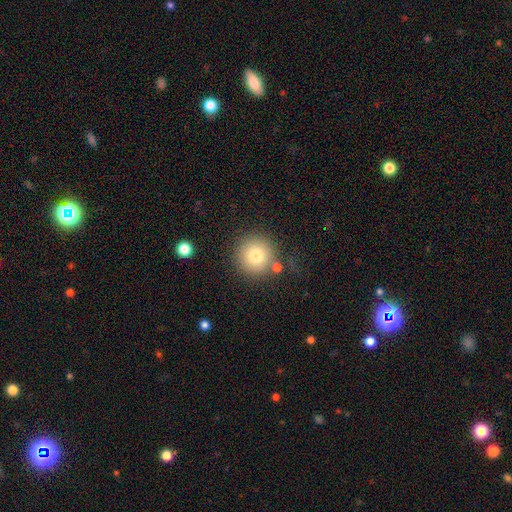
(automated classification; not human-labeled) Morphology: type=smooth (79%); roundness=round (95%); merging=none (80%).